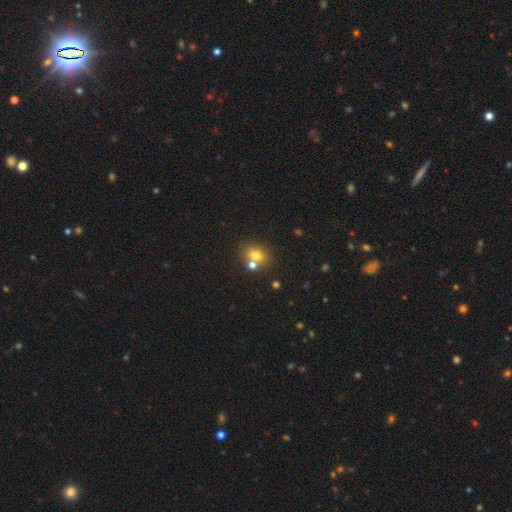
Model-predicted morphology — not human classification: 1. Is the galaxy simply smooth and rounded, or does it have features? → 73% smooth, 14% star or artifact, 13% featured or disk.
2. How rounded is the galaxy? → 53% round, 46% in between, 1% cigar-shaped.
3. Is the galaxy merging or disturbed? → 58% none, 28% merger, 11% minor disturbance, 4% major disturbance.